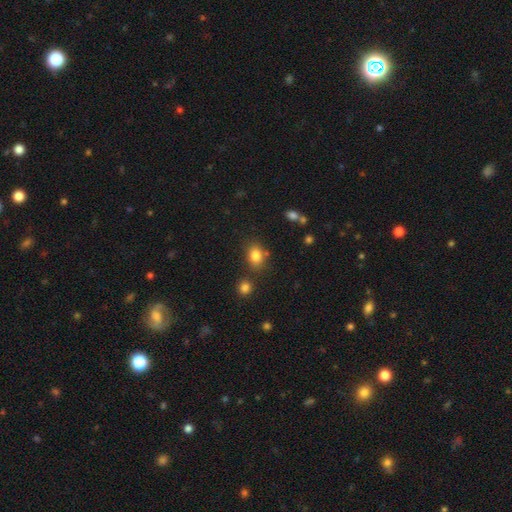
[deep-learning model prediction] Q: Smooth or featured?
A: smooth (82%); runner-up: star or artifact (11%)
Q: How rounded?
A: in between (64%); runner-up: round (35%)
Q: Merging?
A: none (73%); runner-up: minor disturbance (13%)